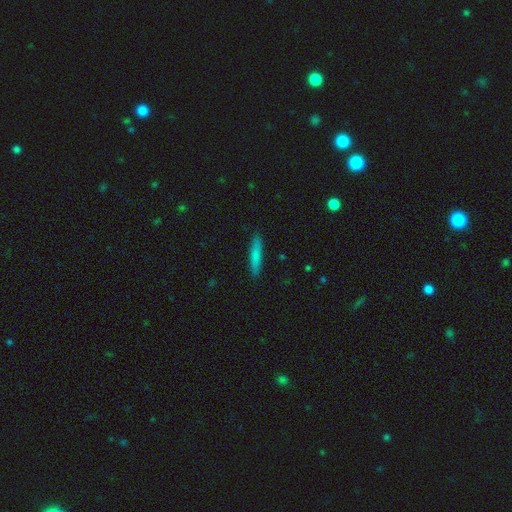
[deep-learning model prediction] This appears to be a smooth galaxy with no disk features (74%) that is cigar-shaped (89%). Merging: none (89%).